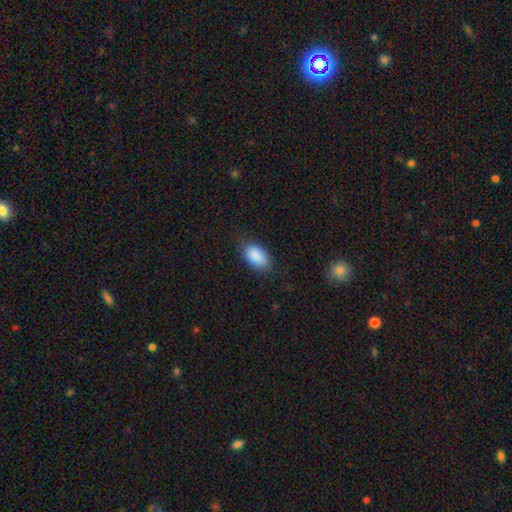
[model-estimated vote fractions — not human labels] A smooth galaxy with no disk features (90%) that is in between round and cigar-shaped (93%). Merging: none (81%).